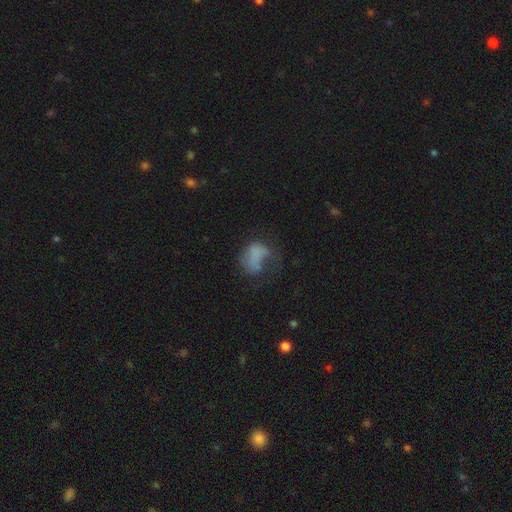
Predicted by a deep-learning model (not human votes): Morphology: type=smooth (56%); roundness=in between (69%); merging=major disturbance (48%).